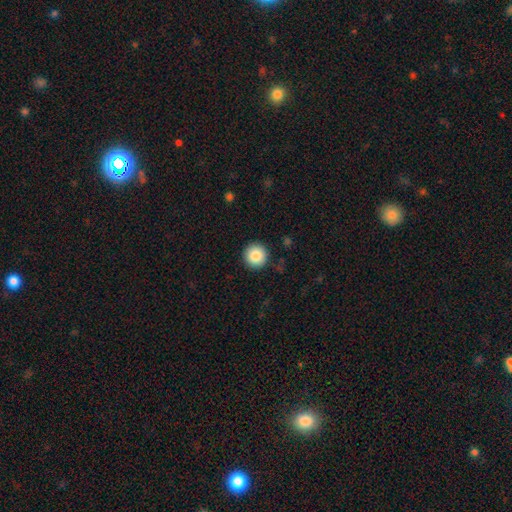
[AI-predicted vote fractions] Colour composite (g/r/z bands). It shows a smooth galaxy with no disk features (86%) that is round (96%). Merging: none (92%).